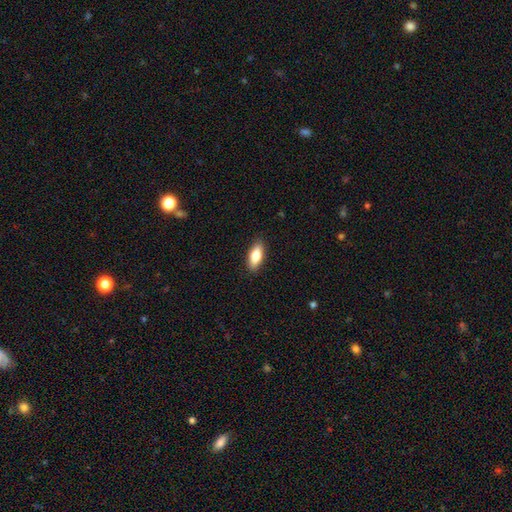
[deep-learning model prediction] smooth_or_featured: smooth (p=0.81) [alt: featured or disk p=0.13]
how_rounded: in between (p=0.80) [alt: cigar-shaped p=0.17]
merging: none (p=0.89) [alt: minor disturbance p=0.08]